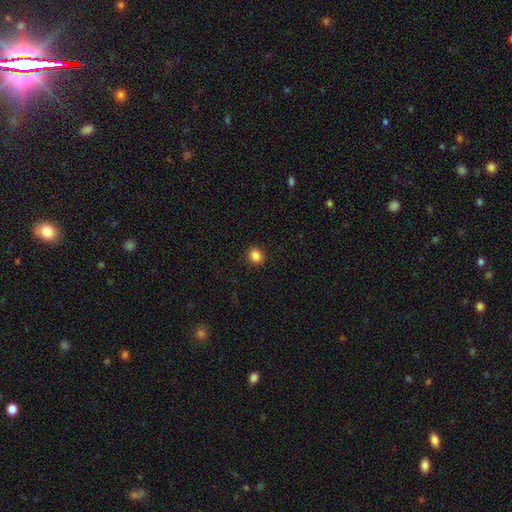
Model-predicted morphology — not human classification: Q: Smooth or featured?
A: smooth (86%); runner-up: star or artifact (11%)
Q: How rounded?
A: round (75%); runner-up: in between (24%)
Q: Merging?
A: none (90%); runner-up: minor disturbance (7%)